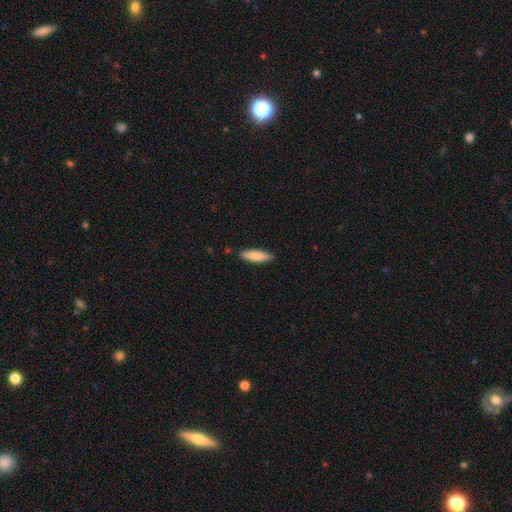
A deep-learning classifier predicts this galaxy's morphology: smooth_or_featured: smooth (p=0.81) [alt: featured or disk p=0.13]
how_rounded: cigar-shaped (p=0.65) [alt: in between p=0.34]
merging: none (p=0.85) [alt: minor disturbance p=0.11]